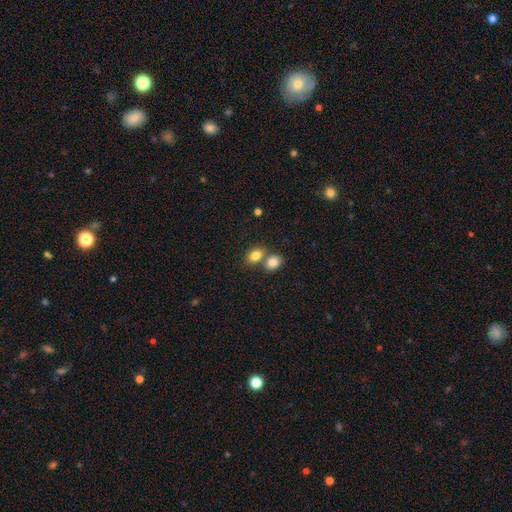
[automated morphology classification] Q: Smooth or featured?
A: smooth (83%); runner-up: star or artifact (9%)
Q: How rounded?
A: in between (66%); runner-up: round (33%)
Q: Merging?
A: none (46%); runner-up: merger (42%)